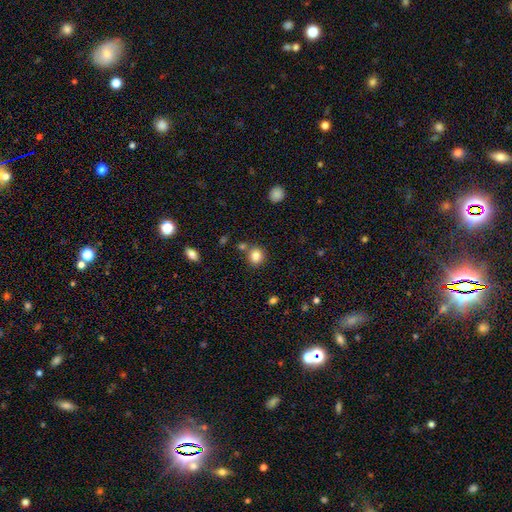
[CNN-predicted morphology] The model was most divided on "how rounded": round: 77%, in between: 22%, cigar-shaped: 1%. More confident: smooth or featured — smooth (85%); merging — none (73%).